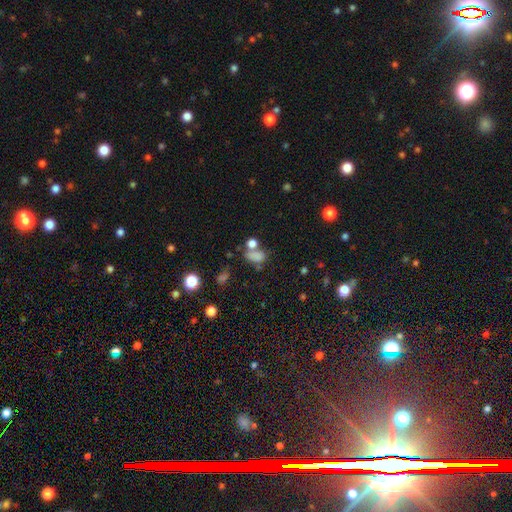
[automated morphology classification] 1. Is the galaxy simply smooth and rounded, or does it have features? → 73% smooth, 17% star or artifact, 10% featured or disk.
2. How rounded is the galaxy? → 75% in between, 23% round, 3% cigar-shaped.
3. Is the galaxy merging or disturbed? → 38% none, 34% merger, 16% minor disturbance, 12% major disturbance.